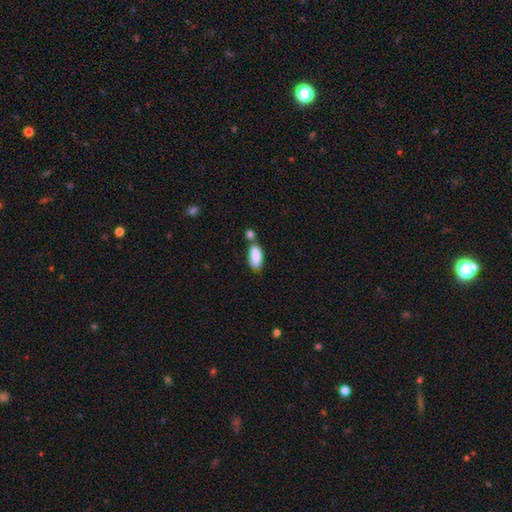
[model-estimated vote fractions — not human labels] This appears to be a smooth galaxy with no disk features (85%) that is in between round and cigar-shaped (86%). Merging: none (45%).